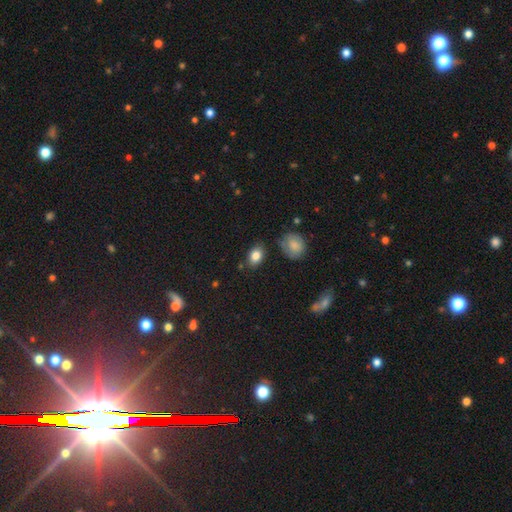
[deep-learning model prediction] A smooth galaxy with no disk features (83%) that is in between round and cigar-shaped (80%).

Vote fractions:
- Smooth or featured? smooth: 83% / star or artifact: 9% / featured or disk: 8%
- How rounded? in between: 80% / round: 19% / cigar-shaped: 2%
- Merging? none: 79% / minor disturbance: 14% / merger: 3% / major disturbance: 3%